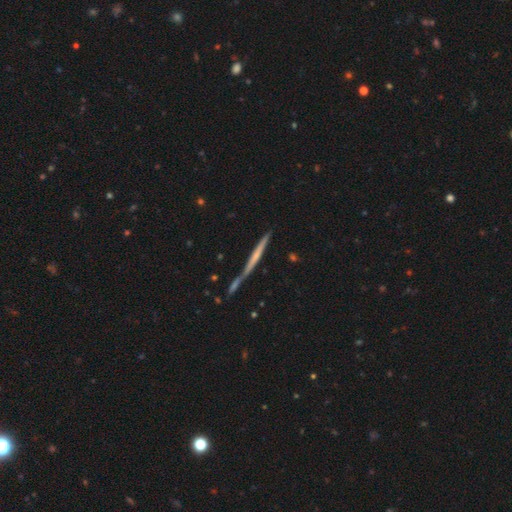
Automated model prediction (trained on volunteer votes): A featured or disk galaxy (55%) viewed edge-on (95%) with no central bulge (72%).

Vote fractions:
- Smooth or featured? featured or disk: 55% / smooth: 38% / star or artifact: 7%
- Edge-on disk? yes: 95% / no: 5%
- Edge-on bulge? none: 72% / rounded: 19% / boxy: 9%
- Merging? none: 61% / merger: 20% / minor disturbance: 14% / major disturbance: 5%